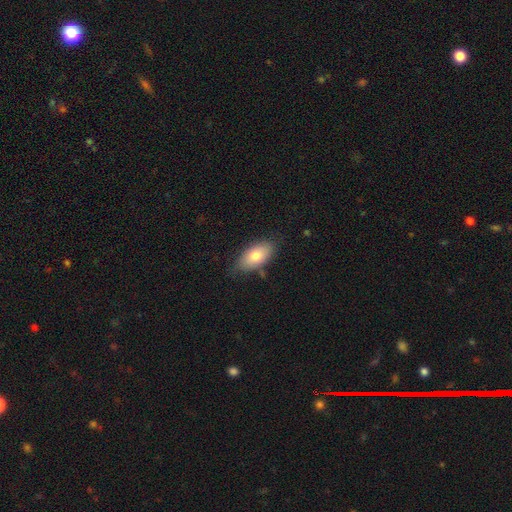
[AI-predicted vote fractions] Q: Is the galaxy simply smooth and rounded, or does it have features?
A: smooth — 75%.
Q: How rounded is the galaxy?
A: in between — 92%.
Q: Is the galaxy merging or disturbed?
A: none — 77%.